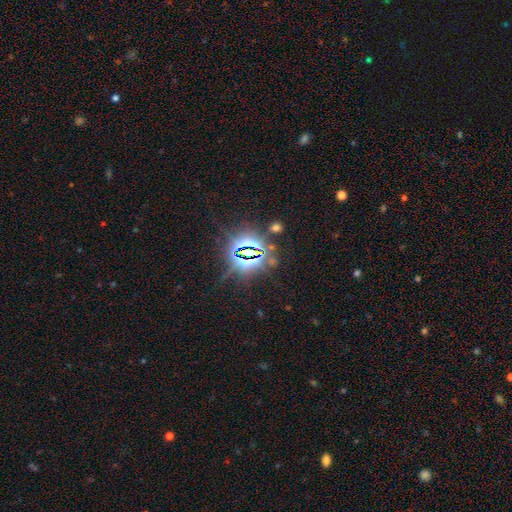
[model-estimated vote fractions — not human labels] Q: Smooth or featured?
A: star or artifact (84%); runner-up: smooth (9%)